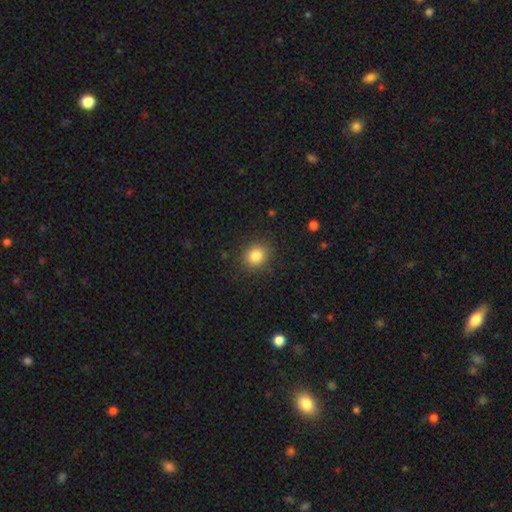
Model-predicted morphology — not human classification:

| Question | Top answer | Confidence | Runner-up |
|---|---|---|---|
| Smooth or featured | smooth | 83% | star or artifact (11%) |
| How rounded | round | 74% | in between (25%) |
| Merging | none | 87% | minor disturbance (9%) |